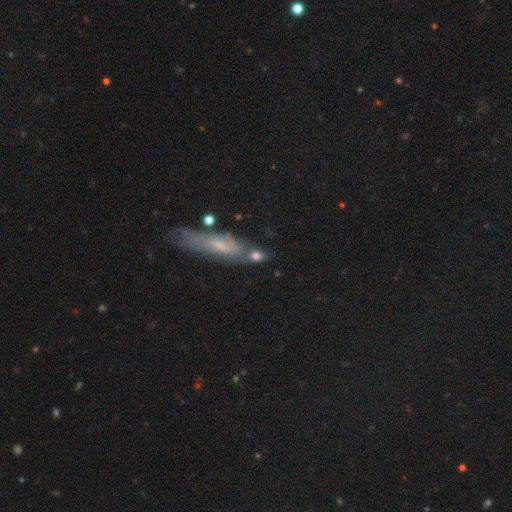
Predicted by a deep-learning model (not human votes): This appears to be a smooth galaxy with no disk features (59%) that is in between round and cigar-shaped (47%). Merging: none (52%).